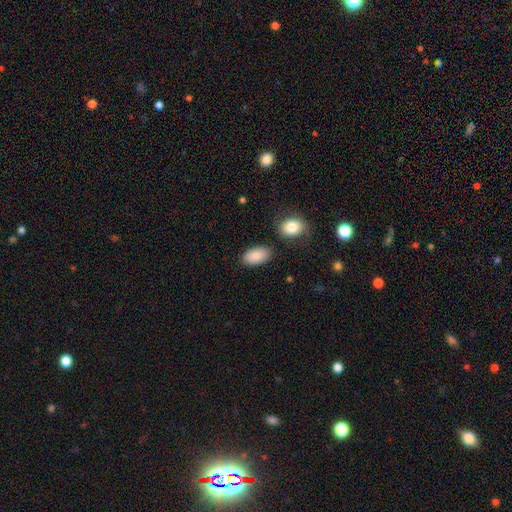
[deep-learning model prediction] This appears to be a smooth galaxy with no disk features (87%) that is in between round and cigar-shaped (94%). Merging: none (80%).